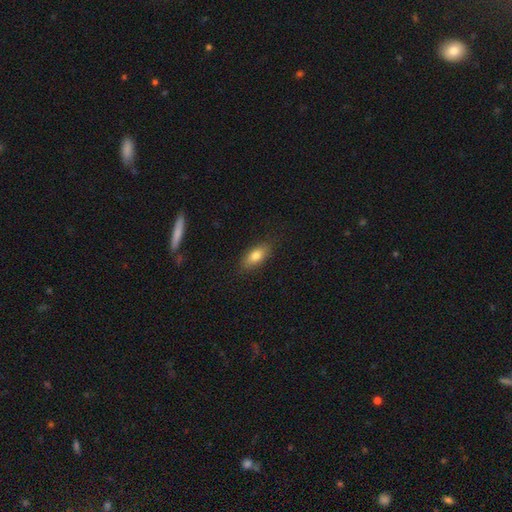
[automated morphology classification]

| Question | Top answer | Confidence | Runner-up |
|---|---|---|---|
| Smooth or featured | smooth | 80% | featured or disk (13%) |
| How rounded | in between | 84% | cigar-shaped (11%) |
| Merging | none | 84% | minor disturbance (12%) |